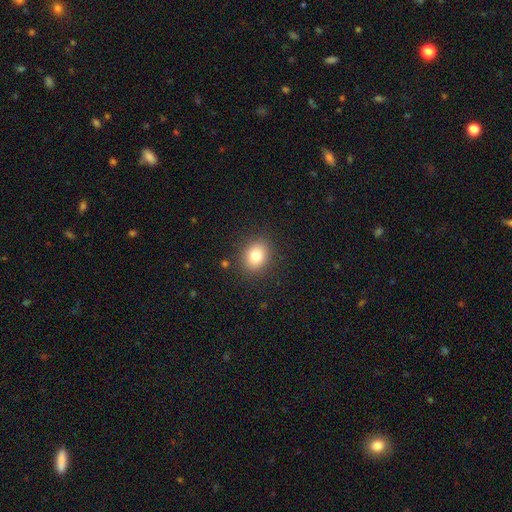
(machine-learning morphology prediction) smooth 81%, star or artifact 11%, featured or disk 8%. Down the decision tree: how rounded — round (55%); merging — none (87%).